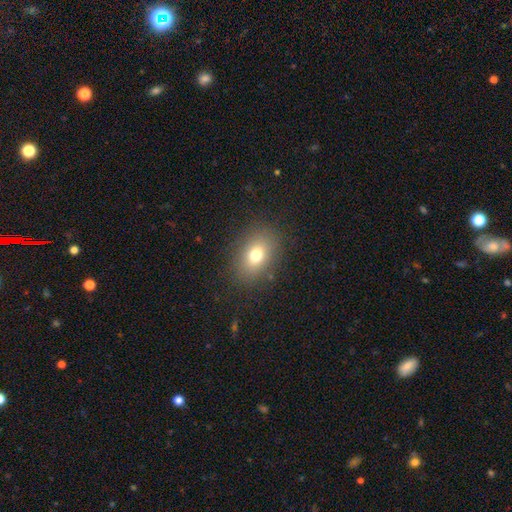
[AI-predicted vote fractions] smooth_or_featured: smooth (p=0.73) [alt: star or artifact p=0.14]
how_rounded: in between (p=0.71) [alt: round p=0.27]
merging: none (p=0.87) [alt: minor disturbance p=0.09]